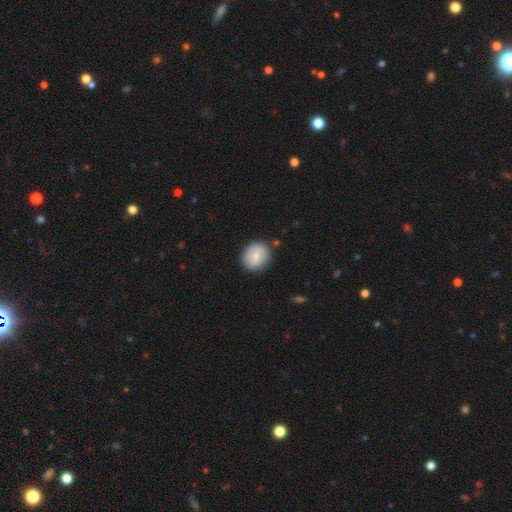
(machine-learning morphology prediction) Overall: smooth (69%). How rounded: round (70%). Merging: none (84%).